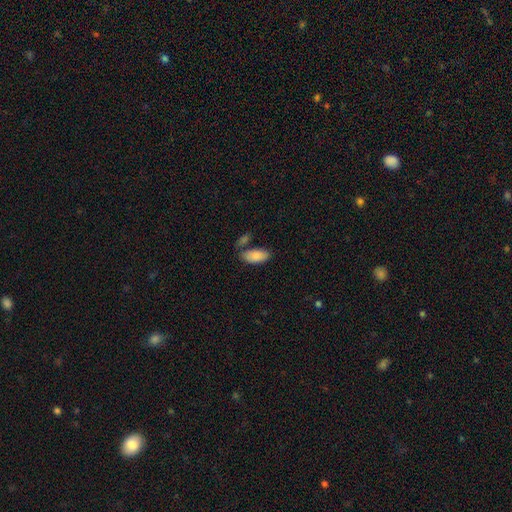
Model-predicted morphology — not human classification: Smooth or featured: smooth — 87% (star or artifact — 6%)
How rounded: in between — 92% (cigar-shaped — 6%)
Merging: none — 64% (minor disturbance — 17%)